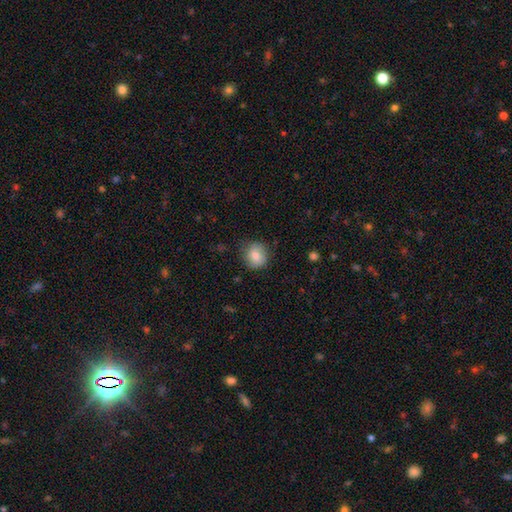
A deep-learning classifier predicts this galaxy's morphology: smooth_or_featured: smooth (p=0.83) [alt: featured or disk p=0.09]
how_rounded: round (p=0.86) [alt: in between p=0.13]
merging: none (p=0.81) [alt: minor disturbance p=0.14]